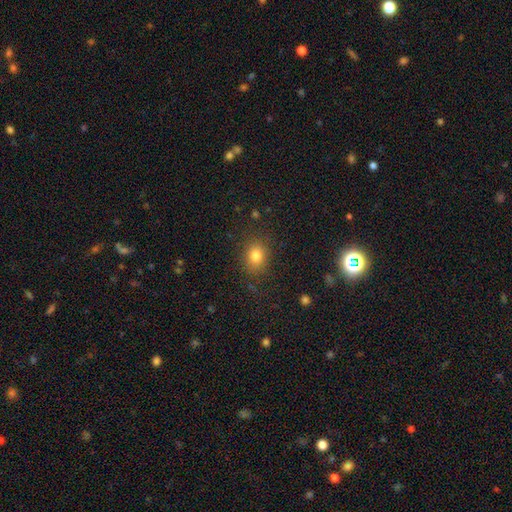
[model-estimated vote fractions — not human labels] Smooth or featured? Predicted: smooth (p=0.81). How rounded? Predicted: round (p=0.54). Merging? Predicted: none (p=0.84).